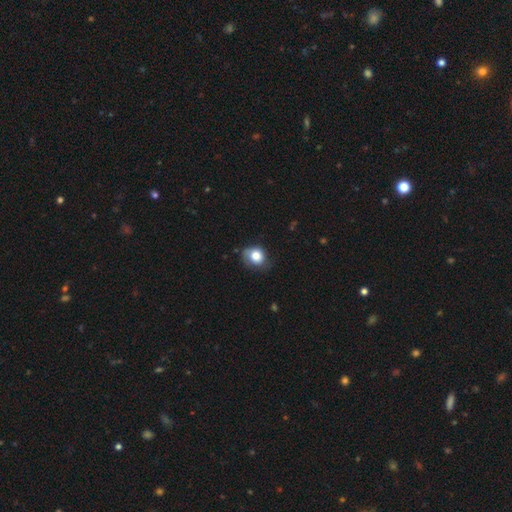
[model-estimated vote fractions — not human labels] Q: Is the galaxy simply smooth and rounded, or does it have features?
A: smooth — 77%.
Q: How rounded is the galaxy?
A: round — 64%.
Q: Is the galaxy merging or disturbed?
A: none — 56%.